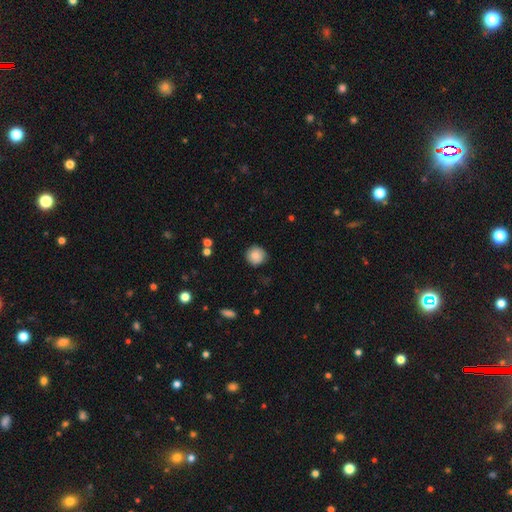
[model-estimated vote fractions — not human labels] This is clearly a smooth galaxy (85%). How rounded: clearly round (93%). Merging: clearly none (85%).